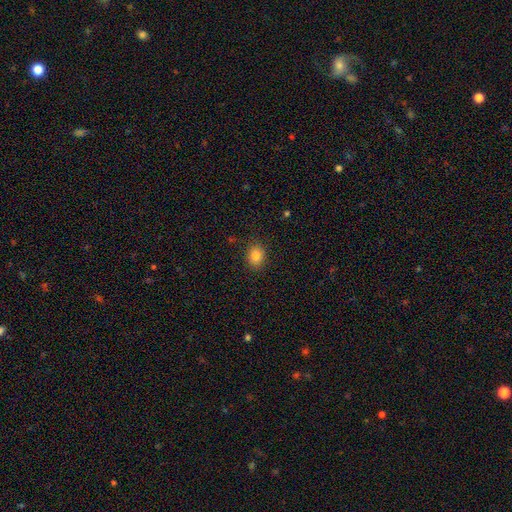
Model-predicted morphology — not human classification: Smooth or featured? Predicted: smooth (p=0.85). How rounded? Predicted: in between (p=0.54). Merging? Predicted: none (p=0.86).